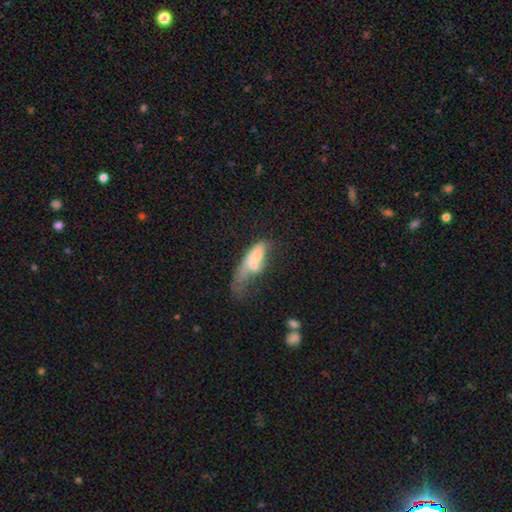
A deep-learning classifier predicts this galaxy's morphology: Smooth or featured? Predicted: smooth (p=0.57). How rounded? Predicted: in between (p=0.63). Merging? Predicted: major disturbance (p=0.42).